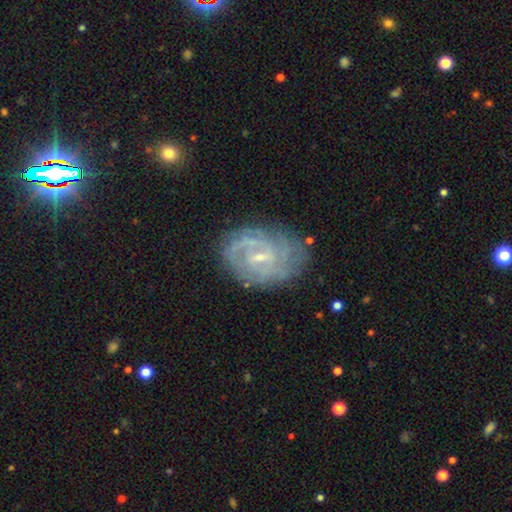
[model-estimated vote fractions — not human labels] The model was most divided on "spiral arm count": 2: 38%, can't tell: 30%, 3: 13%, 4: 7%, 1: 6%, more than 4: 6%. More confident: edge-on disk — no (96%); spiral arms — yes (93%); merging — none (77%); smooth or featured — featured or disk (75%); bulge size — small (68%); spiral winding — tight (57%); bar — weak (54%).